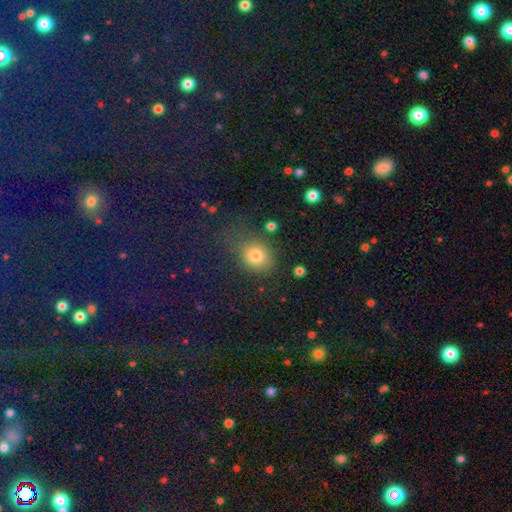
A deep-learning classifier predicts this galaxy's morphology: Smooth or featured? smooth (79%)
How rounded? round (68%)
Merging? none (64%)